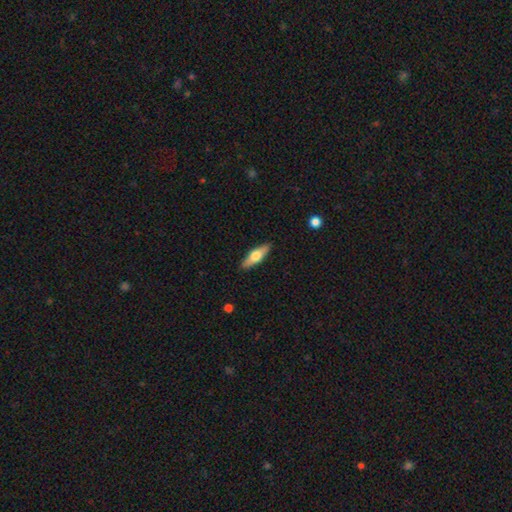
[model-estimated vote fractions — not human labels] Morphology: type=smooth (54%); roundness=cigar-shaped (52%); merging=none (89%).